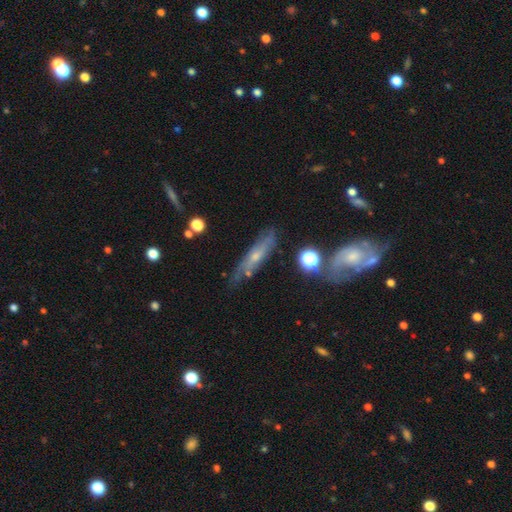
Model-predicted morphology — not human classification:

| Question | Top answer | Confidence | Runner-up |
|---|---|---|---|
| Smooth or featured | featured or disk | 56% | smooth (35%) |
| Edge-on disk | yes | 56% | no (44%) |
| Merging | none | 65% | minor disturbance (22%) |